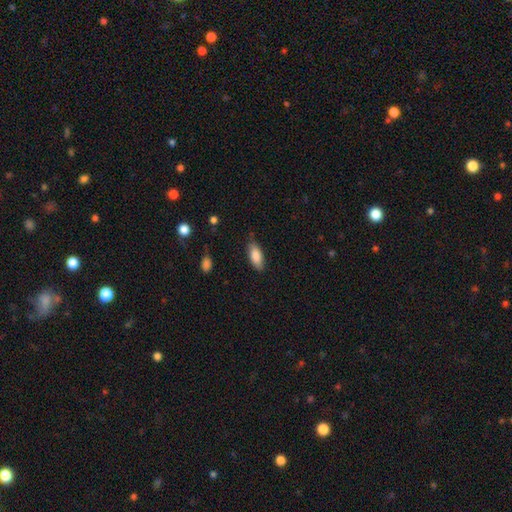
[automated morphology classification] smooth-or-featured: smooth: 84% | featured or disk: 9% | star or artifact: 6%
  how-rounded: in between: 82% | cigar-shaped: 16% | round: 2%
  merging: none: 78% | minor disturbance: 17% | major disturbance: 3% | merger: 1%